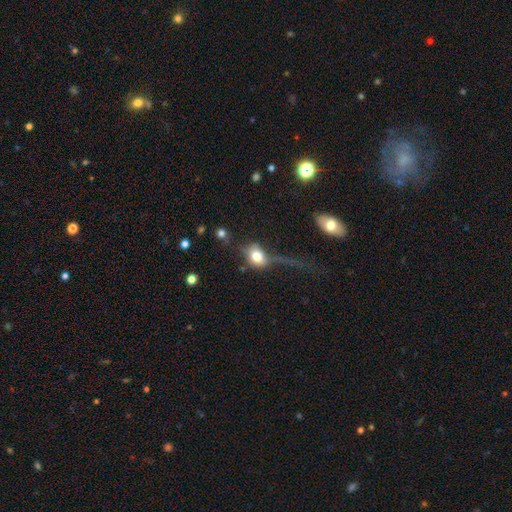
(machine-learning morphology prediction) Smooth or featured? Predicted: smooth (p=0.66). How rounded? Predicted: in between (p=0.53). Merging? Predicted: major disturbance (p=0.40).